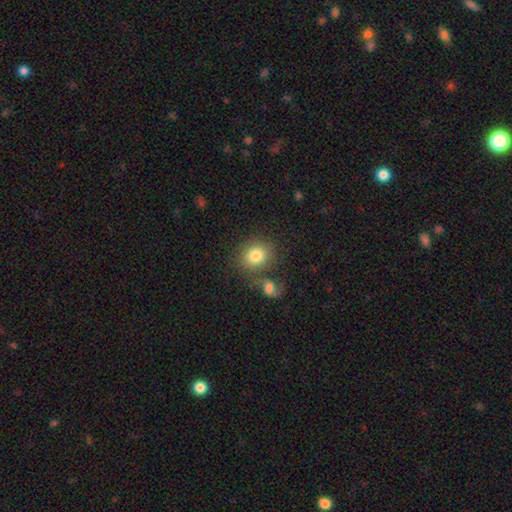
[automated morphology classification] smooth 80%, featured or disk 11%, star or artifact 9%. Down the decision tree: how rounded — round (70%); merging — none (65%).